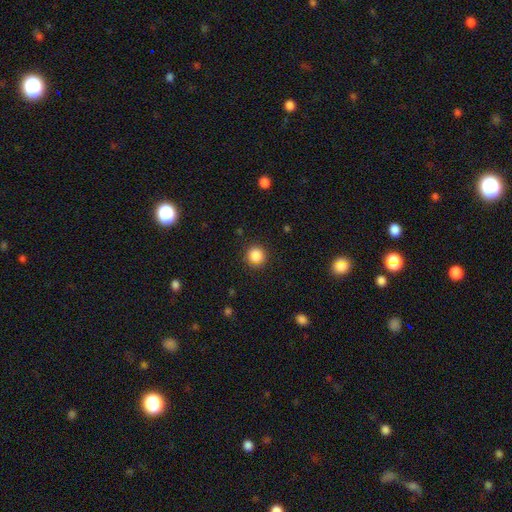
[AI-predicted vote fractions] A smooth galaxy with no disk features (86%) that is round (93%). Merging: none (88%).